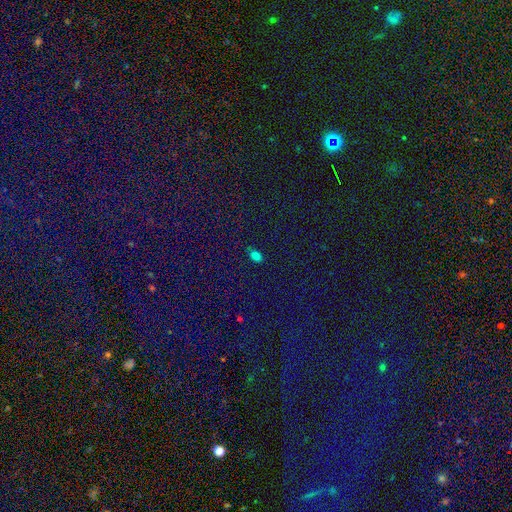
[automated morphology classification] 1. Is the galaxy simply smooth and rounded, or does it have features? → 77% smooth, 17% star or artifact, 5% featured or disk.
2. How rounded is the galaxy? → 88% in between, 10% round, 2% cigar-shaped.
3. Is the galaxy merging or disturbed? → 82% none, 13% minor disturbance, 3% major disturbance, 2% merger.